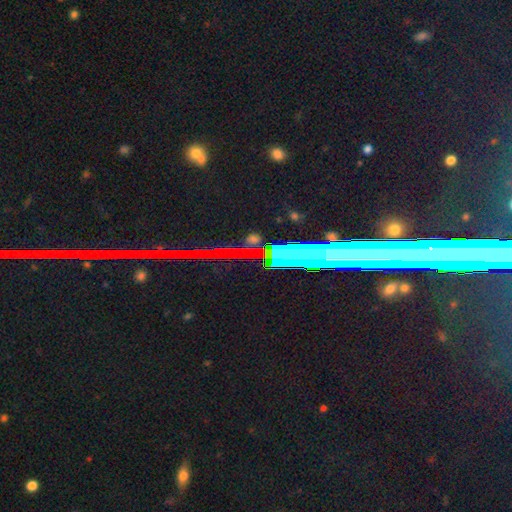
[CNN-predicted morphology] type=star or artifact (62%).